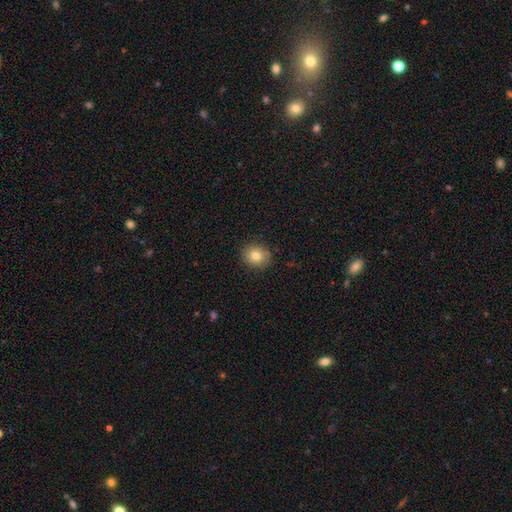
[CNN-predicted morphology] smooth-or-featured: smooth: 80% | star or artifact: 10% | featured or disk: 9%
  how-rounded: round: 74% | in between: 26% | cigar-shaped: 1%
  merging: none: 88% | minor disturbance: 9% | major disturbance: 2% | merger: 1%